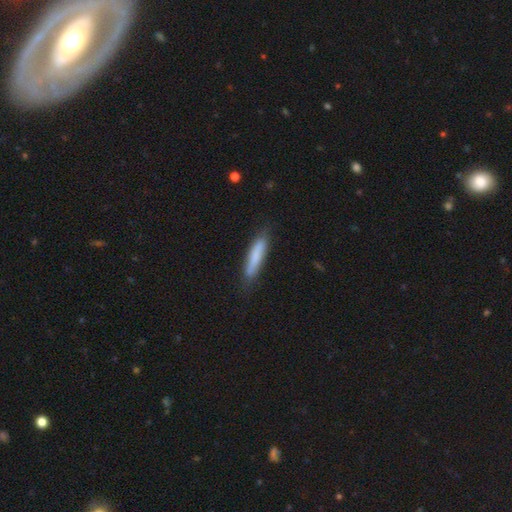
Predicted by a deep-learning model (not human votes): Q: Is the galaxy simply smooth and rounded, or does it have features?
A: smooth — 78%.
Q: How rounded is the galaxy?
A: cigar-shaped — 85%.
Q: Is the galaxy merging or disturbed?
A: none — 80%.